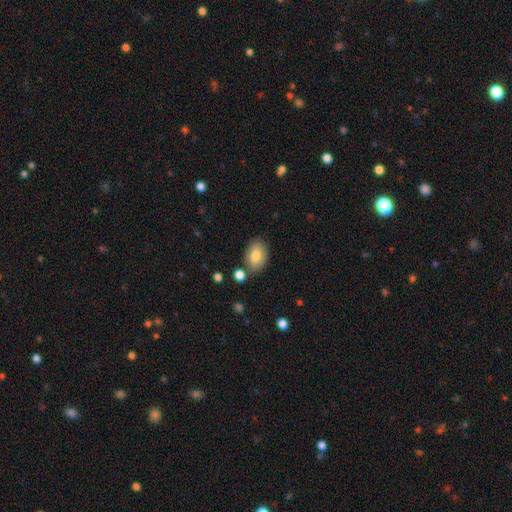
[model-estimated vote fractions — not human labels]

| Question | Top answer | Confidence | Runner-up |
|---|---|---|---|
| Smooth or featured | smooth | 79% | featured or disk (14%) |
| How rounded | in between | 85% | round (13%) |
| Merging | none | 77% | minor disturbance (14%) |